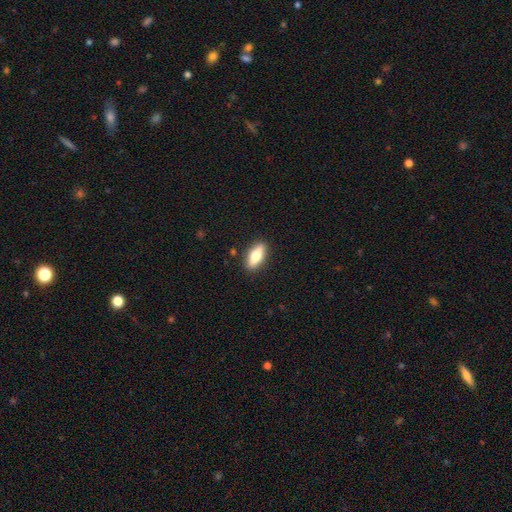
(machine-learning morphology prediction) Smooth or featured? smooth (68%)
How rounded? in between (73%)
Merging? none (88%)